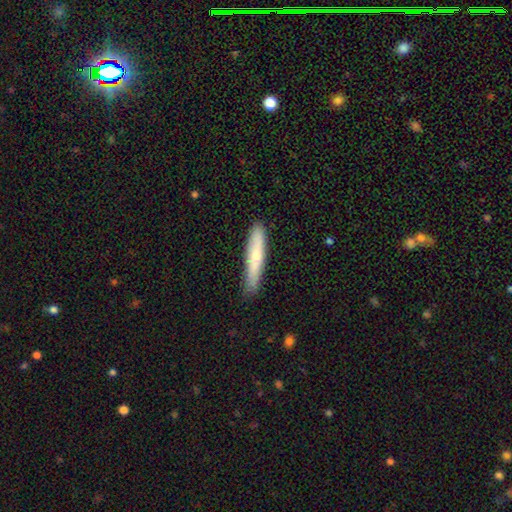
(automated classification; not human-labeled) Morphology: type=smooth (68%); roundness=cigar-shaped (91%); merging=none (86%).